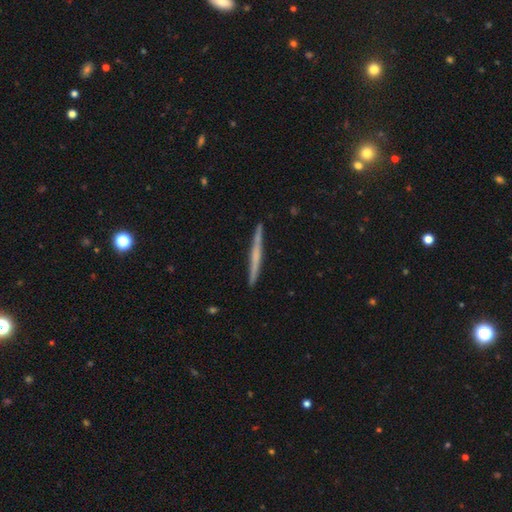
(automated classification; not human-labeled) Smooth or featured? Predicted: featured or disk (p=0.57). Edge-on disk? Predicted: yes (p=0.98). Edge-on bulge? Predicted: none (p=0.68). Merging? Predicted: none (p=0.91).